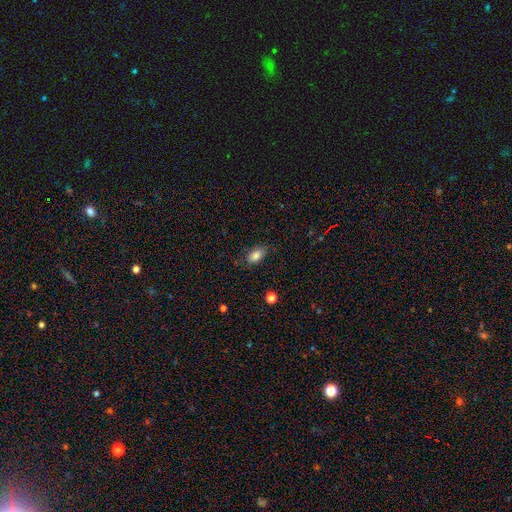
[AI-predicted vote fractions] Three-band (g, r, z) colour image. It shows a smooth galaxy with no disk features (84%) that is in between round and cigar-shaped (87%). Merging: none (78%).